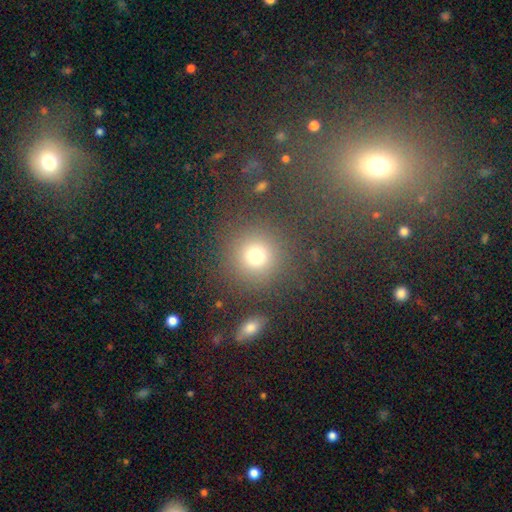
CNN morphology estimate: This appears to be a smooth galaxy with no disk features (75%) that is round (91%). Merging: none (81%).